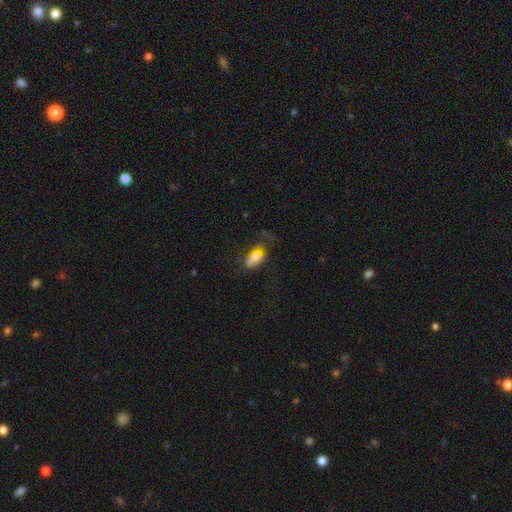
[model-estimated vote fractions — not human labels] smooth-or-featured: smooth: 70% | featured or disk: 18% | star or artifact: 11%
  how-rounded: in between: 88% | round: 6% | cigar-shaped: 6%
  merging: none: 36% | major disturbance: 30% | minor disturbance: 28% | merger: 7%